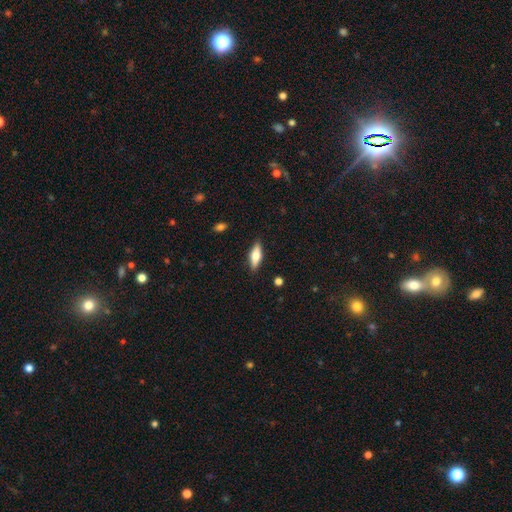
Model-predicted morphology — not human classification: Q: Smooth or featured?
A: smooth (63%); runner-up: featured or disk (31%)
Q: How rounded?
A: in between (58%); runner-up: cigar-shaped (40%)
Q: Merging?
A: none (87%); runner-up: minor disturbance (10%)